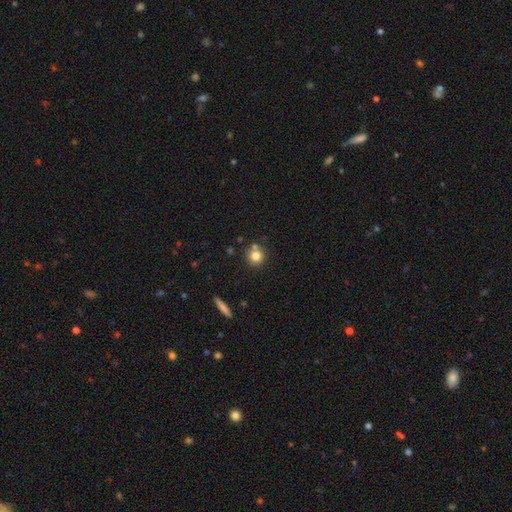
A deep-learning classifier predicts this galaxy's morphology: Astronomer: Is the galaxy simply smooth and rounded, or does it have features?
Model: smooth — 79%.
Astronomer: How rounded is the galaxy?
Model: round — 92%.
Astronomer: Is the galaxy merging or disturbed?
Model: none — 71%.